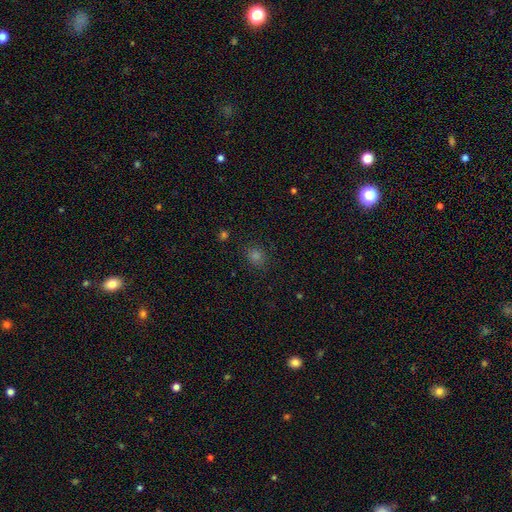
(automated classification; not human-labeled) Smooth or featured? smooth (70%)
How rounded? round (79%)
Merging? none (87%)